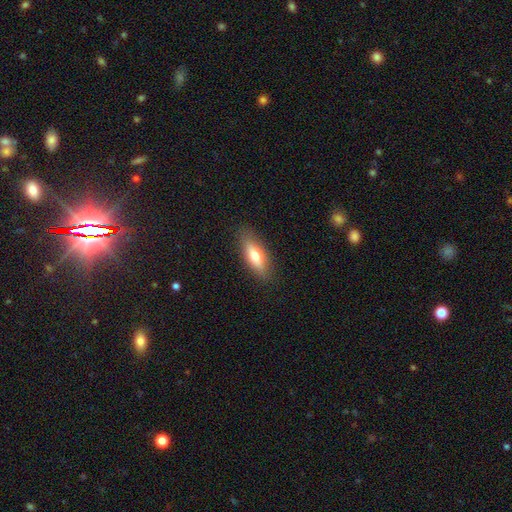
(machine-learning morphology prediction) A smooth galaxy with no disk features (66%) that is in between round and cigar-shaped (58%). Merging: none (86%).